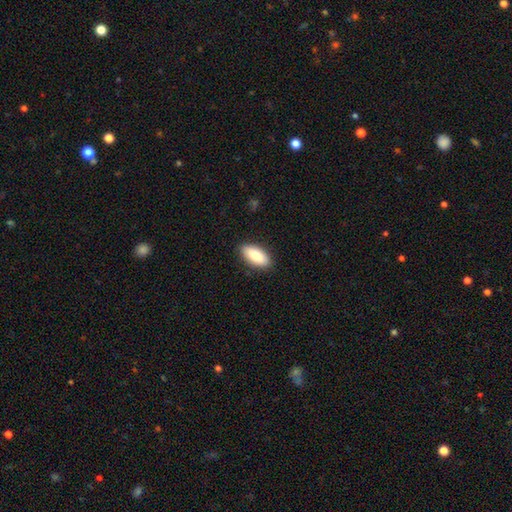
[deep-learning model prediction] This is clearly a smooth galaxy (81%). How rounded: clearly in between (86%). Merging: clearly none (88%).